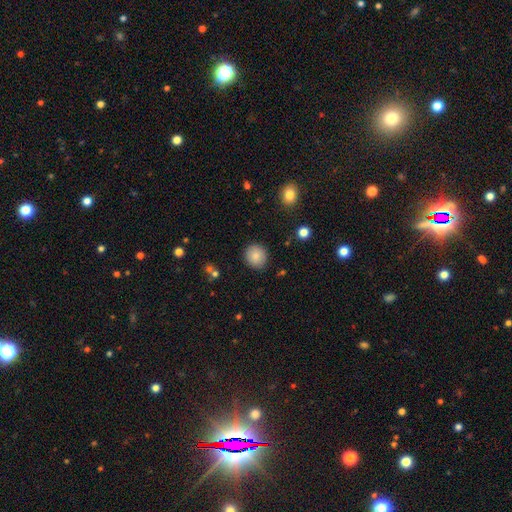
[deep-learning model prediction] Overall: smooth (84%). How rounded: round (85%). Merging: none (89%).